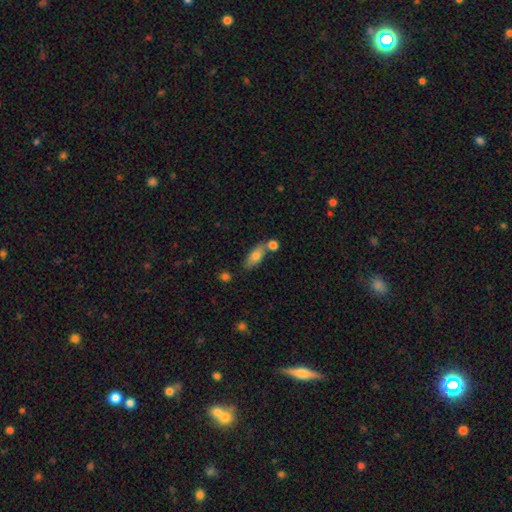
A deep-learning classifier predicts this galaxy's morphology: smooth 72%, featured or disk 21%, star or artifact 7%. Down the decision tree: how rounded — in between (74%); merging — none (60%).